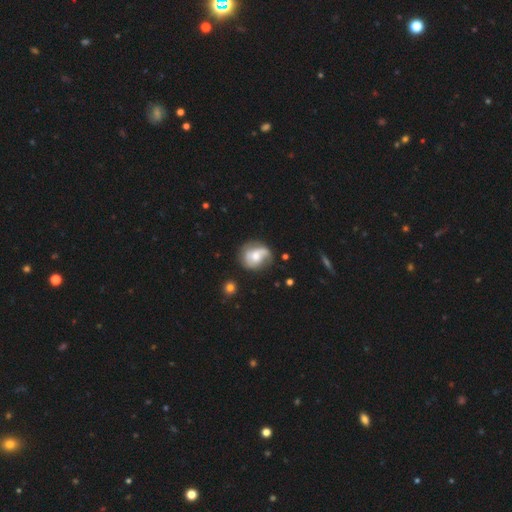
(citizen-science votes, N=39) Morphology: type=smooth (56%); roundness=round (73%); merging=none (47%).